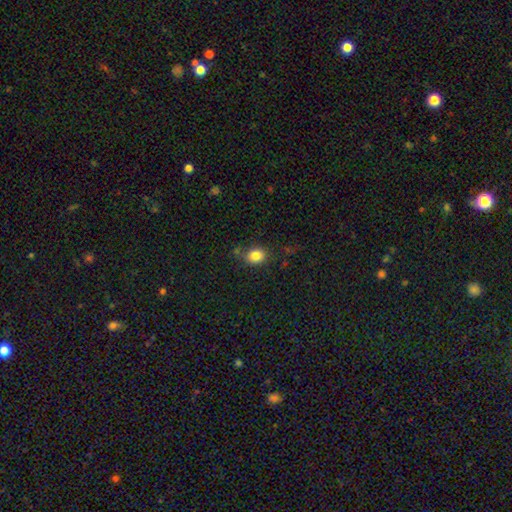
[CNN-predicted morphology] A smooth galaxy with no disk features (84%) that is round (58%). Merging: none (78%).